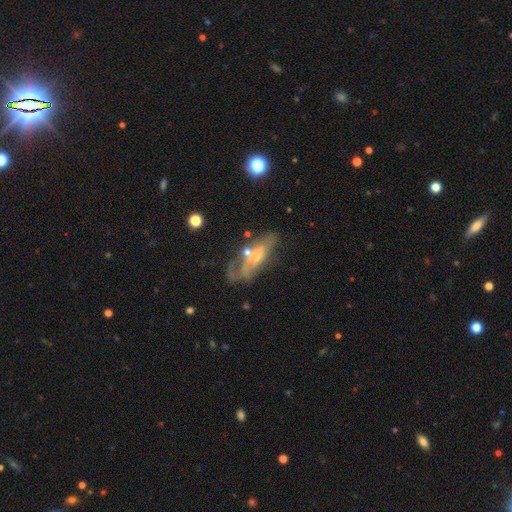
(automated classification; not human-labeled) The model was most divided on "merging": none: 36%, major disturbance: 27%, minor disturbance: 24%, merger: 13%. More confident: edge-on disk — no (69%); smooth or featured — featured or disk (53%).